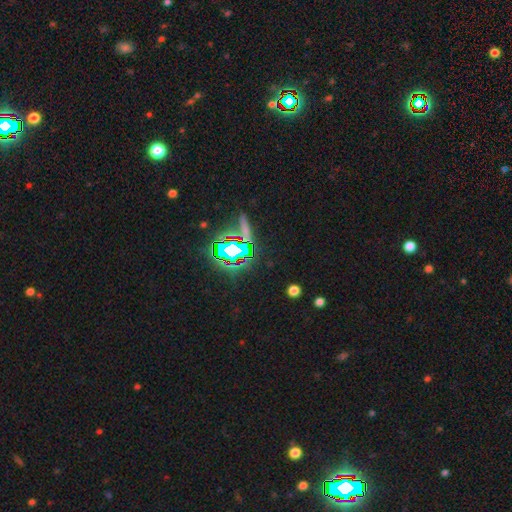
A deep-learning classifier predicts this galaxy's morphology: A star or artifact, not a galaxy (82%).